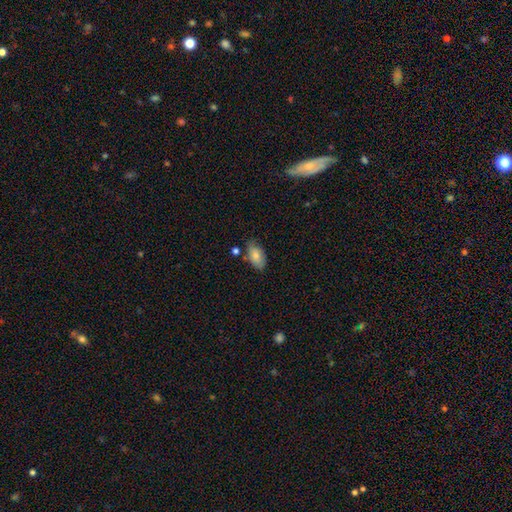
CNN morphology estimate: Smooth or featured? Predicted: smooth (p=0.81). How rounded? Predicted: in between (p=0.93). Merging? Predicted: none (p=0.70).